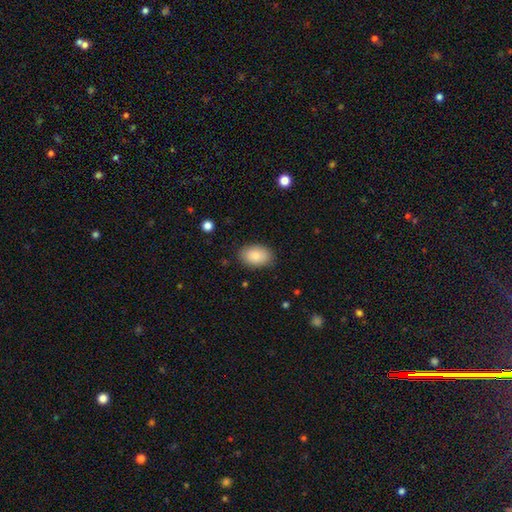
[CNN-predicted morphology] smooth 85%, featured or disk 8%, star or artifact 7%. Down the decision tree: how rounded — in between (88%); merging — none (84%).